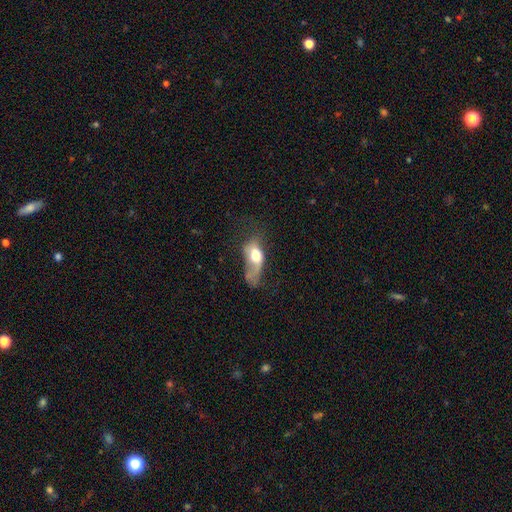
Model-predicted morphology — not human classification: This is possibly a smooth galaxy (56%). How rounded: clearly in between (82%). Merging: possibly major disturbance (51%).